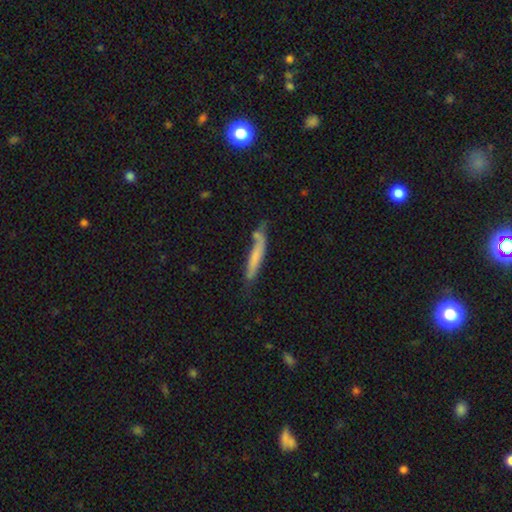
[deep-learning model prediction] This is likely a smooth galaxy (65%). How rounded: clearly cigar-shaped (91%). Merging: possibly none (59%).